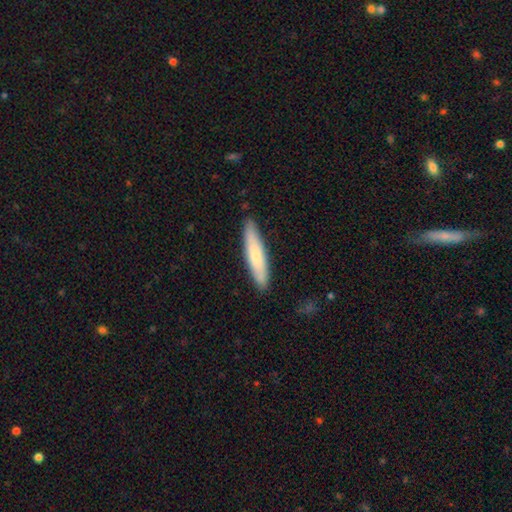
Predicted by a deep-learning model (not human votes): A smooth galaxy with no disk features (69%) that is cigar-shaped (87%).

Vote fractions:
- Smooth or featured? smooth: 69% / featured or disk: 26% / star or artifact: 5%
- How rounded? cigar-shaped: 87% / in between: 12% / round: 1%
- Merging? none: 89% / minor disturbance: 9% / major disturbance: 1% / merger: 1%